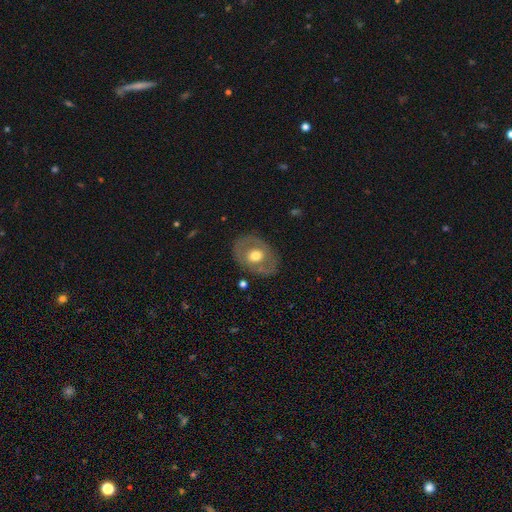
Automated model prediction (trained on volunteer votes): Smooth or featured? Predicted: featured or disk (p=0.48). Merging? Predicted: none (p=0.79).